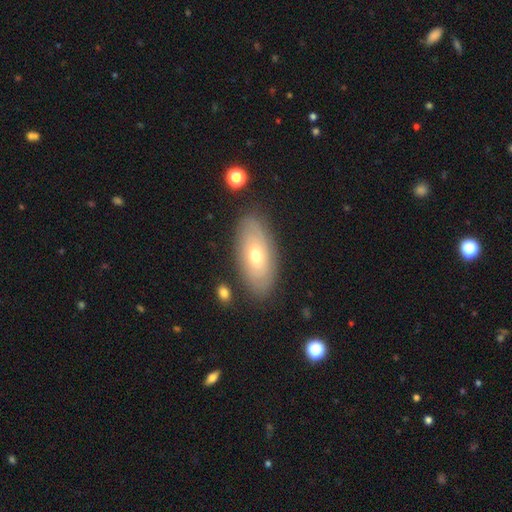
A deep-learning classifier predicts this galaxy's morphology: Q: Smooth or featured?
A: smooth (48%); runner-up: featured or disk (44%)
Q: Merging?
A: none (84%); runner-up: minor disturbance (12%)